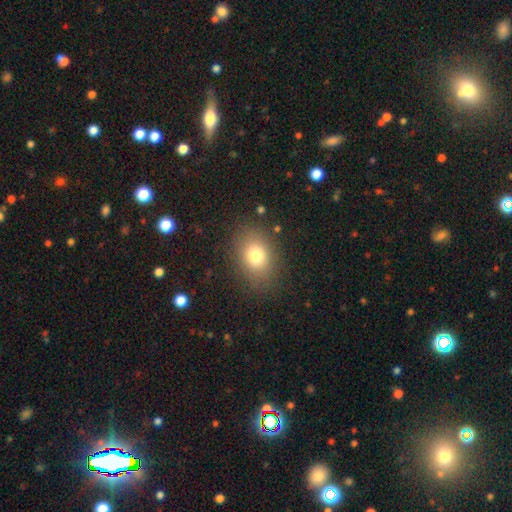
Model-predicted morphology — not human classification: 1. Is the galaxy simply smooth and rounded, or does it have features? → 77% smooth, 12% star or artifact, 11% featured or disk.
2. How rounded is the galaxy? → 66% in between, 32% round, 1% cigar-shaped.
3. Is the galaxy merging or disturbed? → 83% none, 11% minor disturbance, 5% major disturbance, 1% merger.